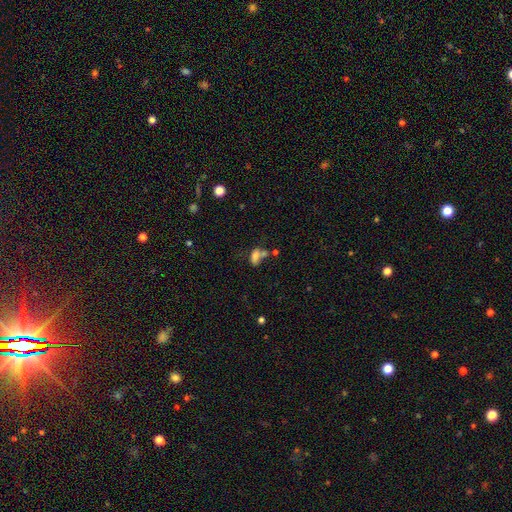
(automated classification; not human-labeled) A smooth galaxy with no disk features (68%) that is in between round and cigar-shaped (80%). Merging: merger (44%).